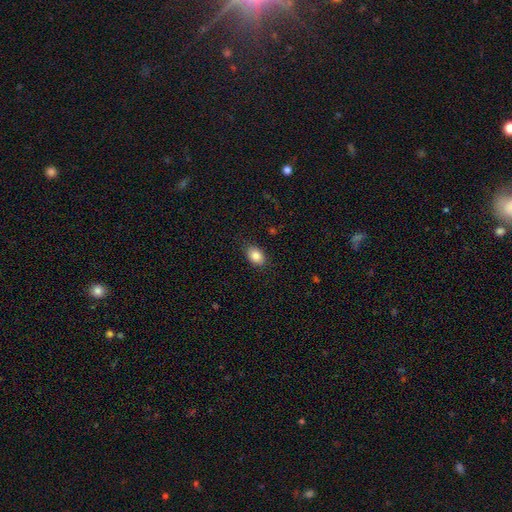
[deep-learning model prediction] Q: Smooth or featured?
A: smooth (86%); runner-up: star or artifact (8%)
Q: How rounded?
A: in between (81%); runner-up: round (17%)
Q: Merging?
A: none (84%); runner-up: minor disturbance (12%)